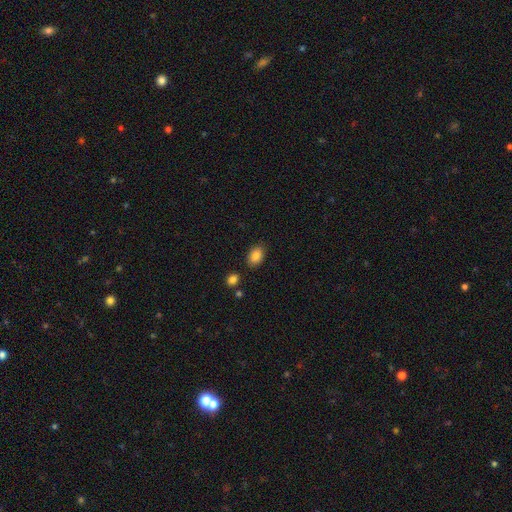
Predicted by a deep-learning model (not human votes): smooth_or_featured: smooth (p=0.86) [alt: star or artifact p=0.08]
how_rounded: in between (p=0.85) [alt: round p=0.13]
merging: none (p=0.84) [alt: minor disturbance p=0.11]